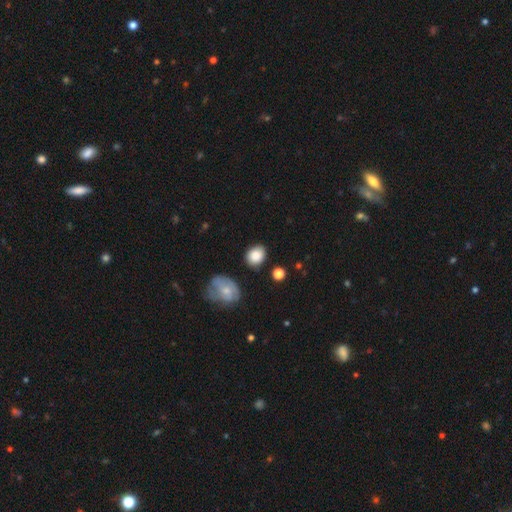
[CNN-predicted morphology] Overall: smooth (85%). How rounded: round (53%; in between 46%). Merging: none (75%).